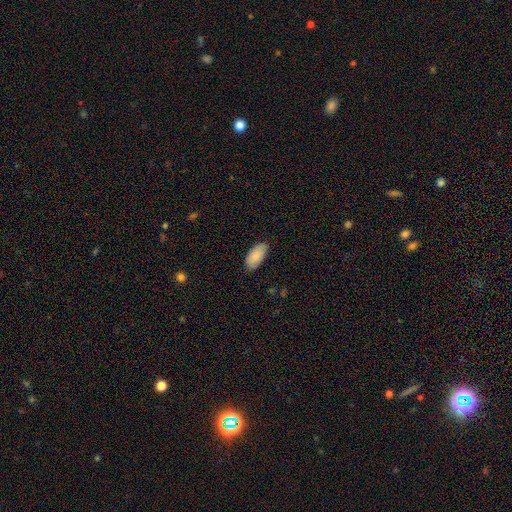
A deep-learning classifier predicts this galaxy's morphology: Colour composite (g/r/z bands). It shows a smooth galaxy with no disk features (87%) that is in between round and cigar-shaped (94%). Merging: none (82%).